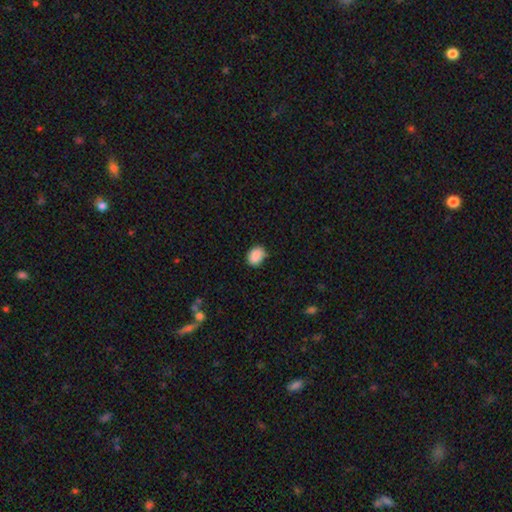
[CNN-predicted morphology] Smooth or featured: smooth — 89% (star or artifact — 8%)
How rounded: in between — 60% (round — 39%)
Merging: none — 77% (minor disturbance — 18%)